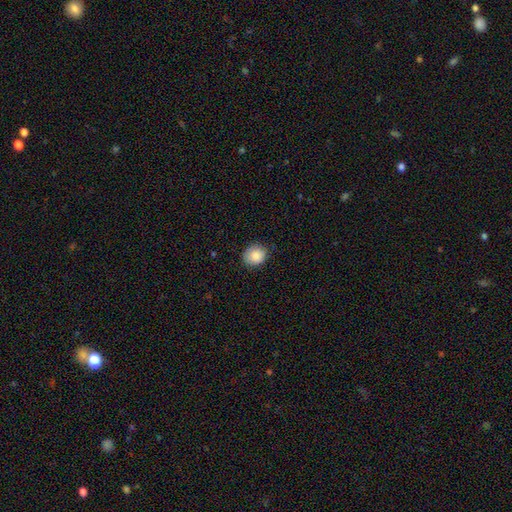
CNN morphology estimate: Smooth or featured? Predicted: smooth (p=0.86). How rounded? Predicted: round (p=0.71). Merging? Predicted: none (p=0.79).